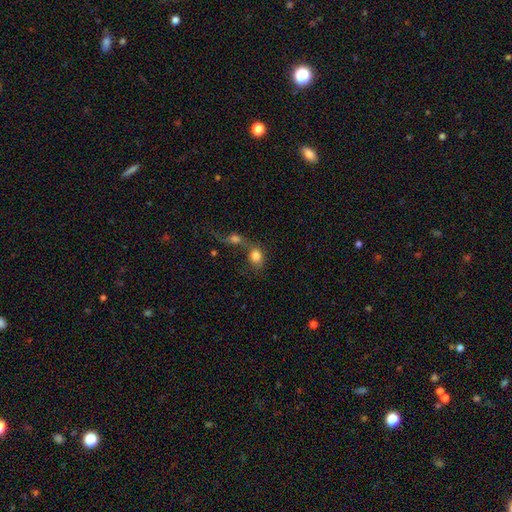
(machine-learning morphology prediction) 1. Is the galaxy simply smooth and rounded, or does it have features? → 79% smooth, 12% featured or disk, 9% star or artifact.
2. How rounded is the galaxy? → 50% round, 48% in between, 2% cigar-shaped.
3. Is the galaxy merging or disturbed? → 62% merger, 22% none, 9% major disturbance, 7% minor disturbance.